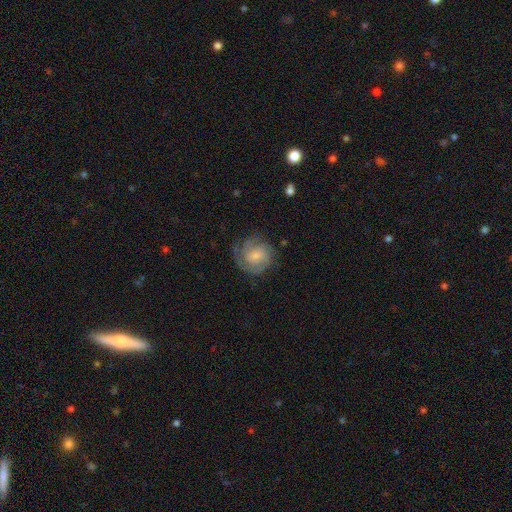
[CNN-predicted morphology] Overall: featured or disk (73%). Edge-on disk: no (98%). Bar: no (57%; weak 37%). Spiral arms: yes (93%). Spiral arm count: 2 (30%; can't tell 28%). Spiral winding: tight (56%; medium 34%). Bulge size: small (55%; moderate 32%). Merging: none (70%).